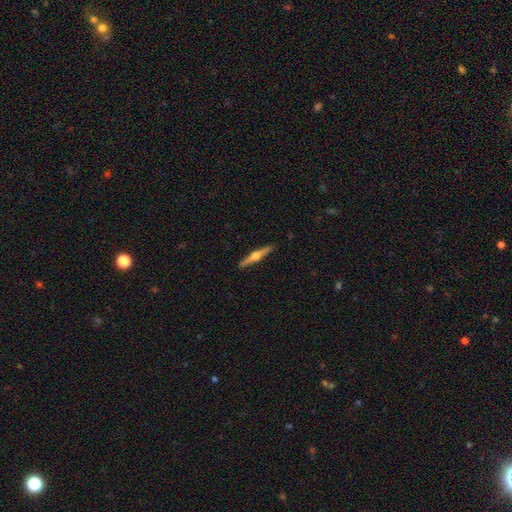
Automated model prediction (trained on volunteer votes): Smooth or featured? featured or disk (75%)
Edge-on disk? yes (98%)
Edge-on bulge? rounded (95%)
Merging? none (91%)